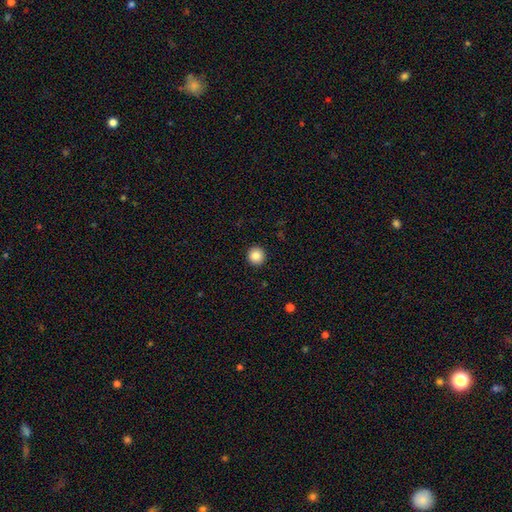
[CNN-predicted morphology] smooth-or-featured: smooth: 86% | star or artifact: 9% | featured or disk: 5%
  how-rounded: round: 96% | in between: 3% | cigar-shaped: 1%
  merging: none: 94% | minor disturbance: 4% | major disturbance: 1% | merger: 1%